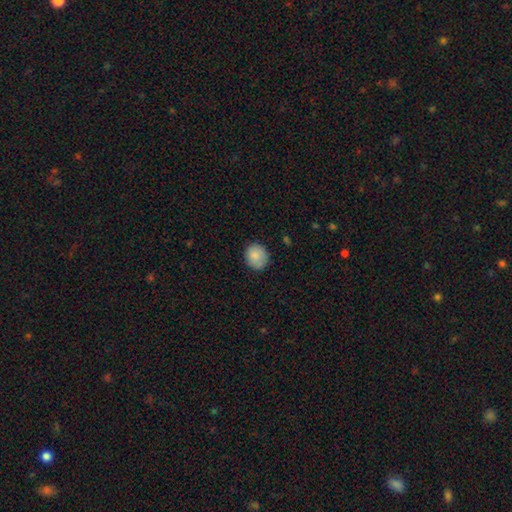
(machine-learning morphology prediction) A smooth galaxy with no disk features (86%) that is round (74%). Merging: none (81%).